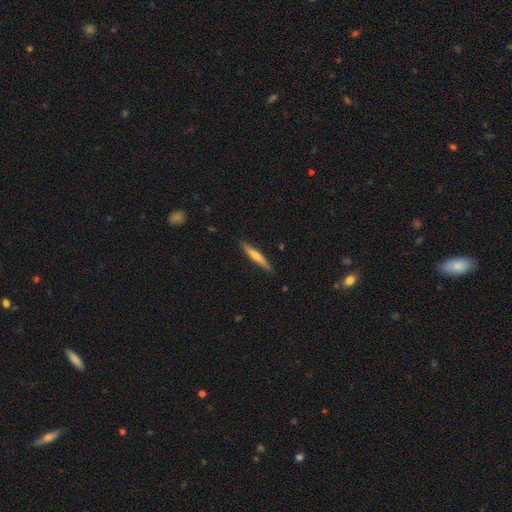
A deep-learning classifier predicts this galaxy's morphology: The model was most divided on "smooth or featured": featured or disk: 52%, smooth: 42%, star or artifact: 6%. More confident: edge-on disk — yes (96%); merging — none (88%); edge-on bulge — rounded (71%).